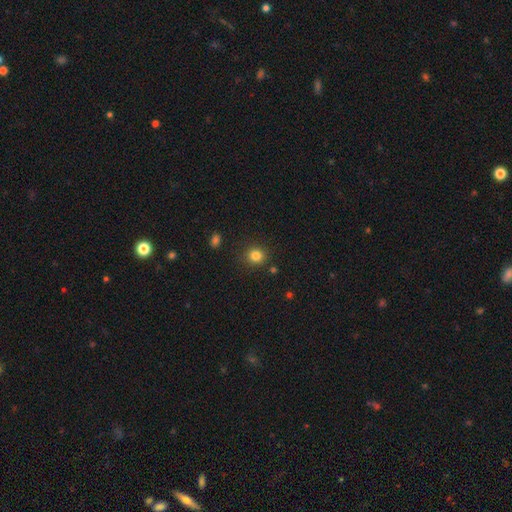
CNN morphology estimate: A smooth galaxy with no disk features (83%) that is round (87%).

Vote fractions:
- Smooth or featured? smooth: 83% / star or artifact: 12% / featured or disk: 5%
- How rounded? round: 87% / in between: 12% / cigar-shaped: 1%
- Merging? none: 86% / minor disturbance: 8% / merger: 3% / major disturbance: 3%